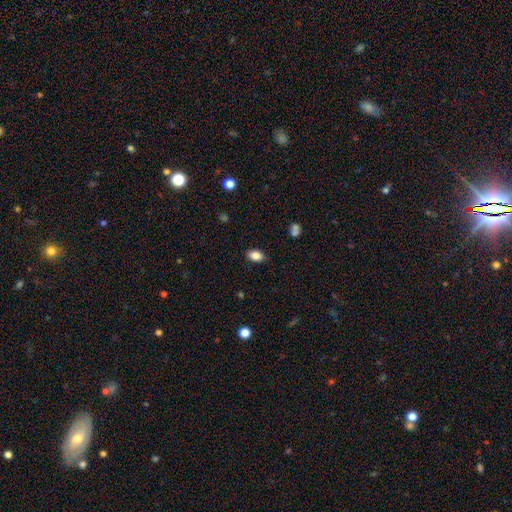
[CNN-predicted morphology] A smooth galaxy with no disk features (85%) that is in between round and cigar-shaped (88%). Merging: none (84%).